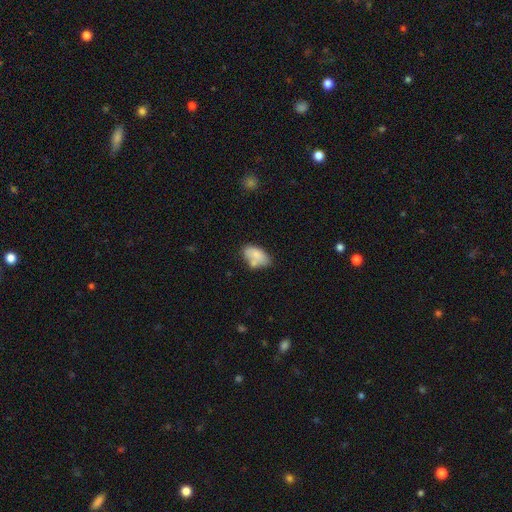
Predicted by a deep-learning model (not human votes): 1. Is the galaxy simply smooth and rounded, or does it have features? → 75% smooth, 18% featured or disk, 8% star or artifact.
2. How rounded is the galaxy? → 92% in between, 6% round, 2% cigar-shaped.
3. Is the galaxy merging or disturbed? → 45% none, 25% merger, 23% minor disturbance, 8% major disturbance.